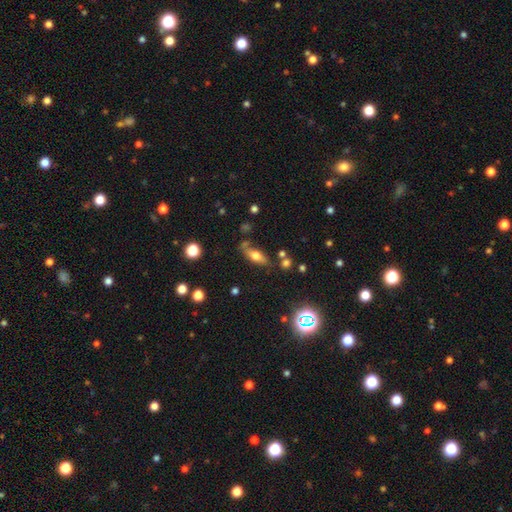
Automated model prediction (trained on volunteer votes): Smooth or featured: smooth — 63% (featured or disk — 26%)
How rounded: in between — 73% (cigar-shaped — 21%)
Merging: none — 64% (minor disturbance — 19%)